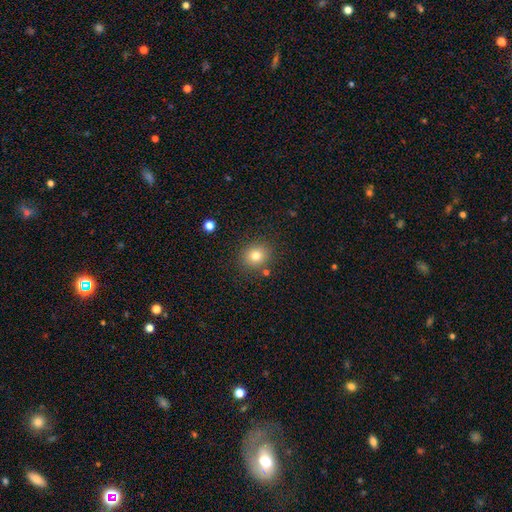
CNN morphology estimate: Smooth or featured? Predicted: smooth (p=0.79). How rounded? Predicted: round (p=0.80). Merging? Predicted: none (p=0.84).